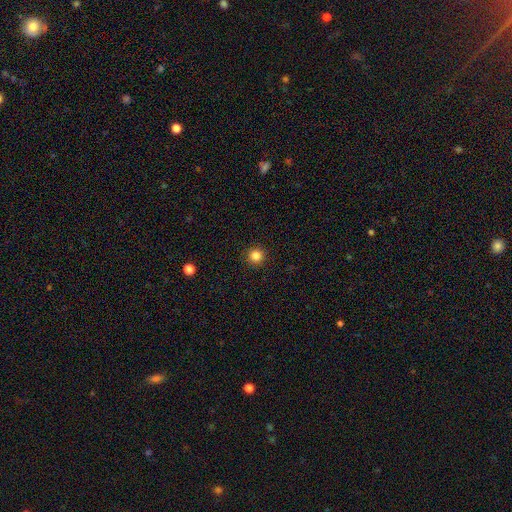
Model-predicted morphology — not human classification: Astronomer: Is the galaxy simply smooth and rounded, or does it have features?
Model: smooth — 84%.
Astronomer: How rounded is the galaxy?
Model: round — 95%.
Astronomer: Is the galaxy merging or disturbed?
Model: none — 93%.